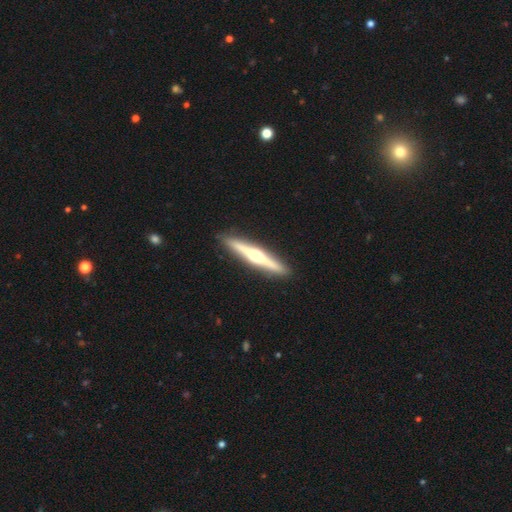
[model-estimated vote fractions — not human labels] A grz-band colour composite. It shows a featured or disk galaxy (76%) viewed edge-on (98%) with a rounded central bulge (94%). Merging: none (92%).